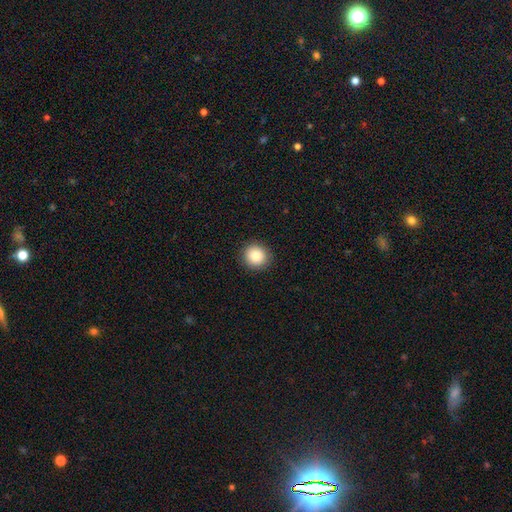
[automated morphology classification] Smooth or featured?
  - smooth: 83% *
  - star or artifact: 10%
  - featured or disk: 7%
How rounded?
  - round: 92% *
  - in between: 7%
  - cigar-shaped: 1%
Merging?
  - none: 92% *
  - minor disturbance: 6%
  - major disturbance: 2%
  - merger: 1%